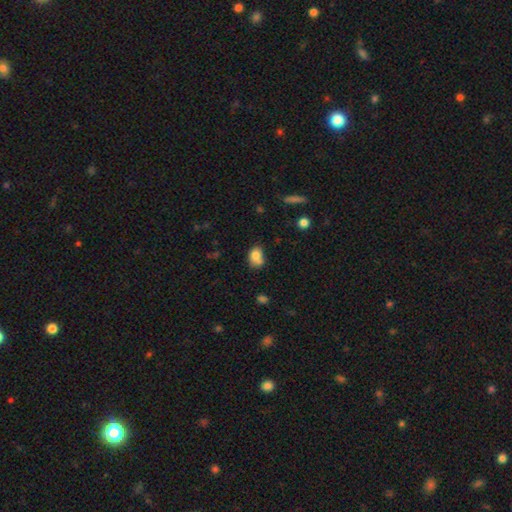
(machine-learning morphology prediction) Smooth or featured?
  - smooth: 77% *
  - featured or disk: 12%
  - star or artifact: 10%
How rounded?
  - in between: 66% *
  - round: 33%
  - cigar-shaped: 1%
Merging?
  - none: 43% *
  - merger: 27%
  - minor disturbance: 22%
  - major disturbance: 8%